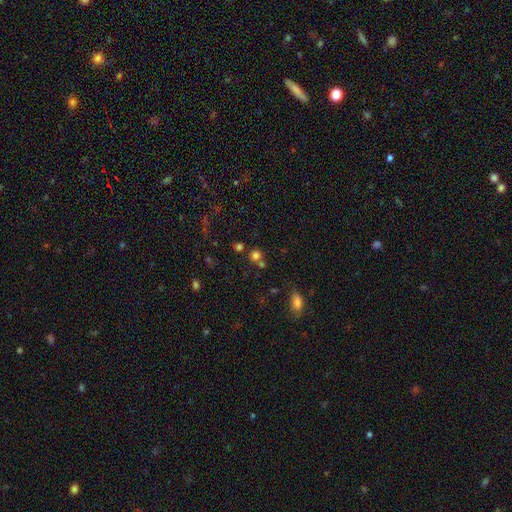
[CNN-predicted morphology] A smooth galaxy with no disk features (73%) that is round (85%).

Vote fractions:
- Smooth or featured? smooth: 73% / star or artifact: 20% / featured or disk: 7%
- How rounded? round: 85% / in between: 14% / cigar-shaped: 1%
- Merging? none: 62% / merger: 27% / minor disturbance: 8% / major disturbance: 4%